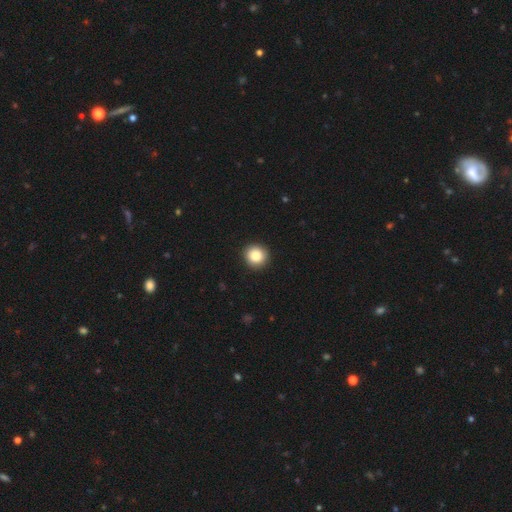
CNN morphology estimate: Smooth or featured? smooth (86%)
How rounded? round (94%)
Merging? none (93%)